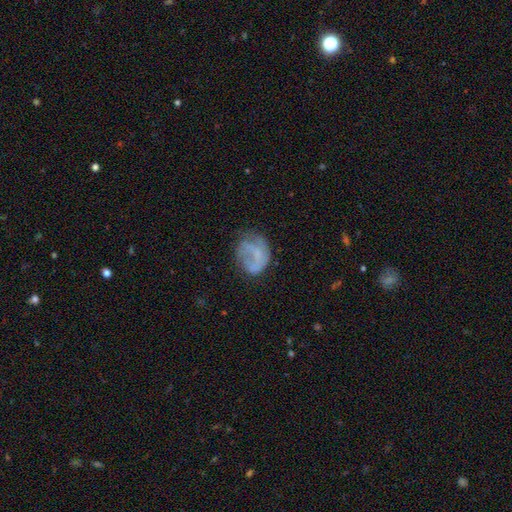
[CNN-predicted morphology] This is possibly a smooth galaxy (46%). Merging: marginally none (44%).